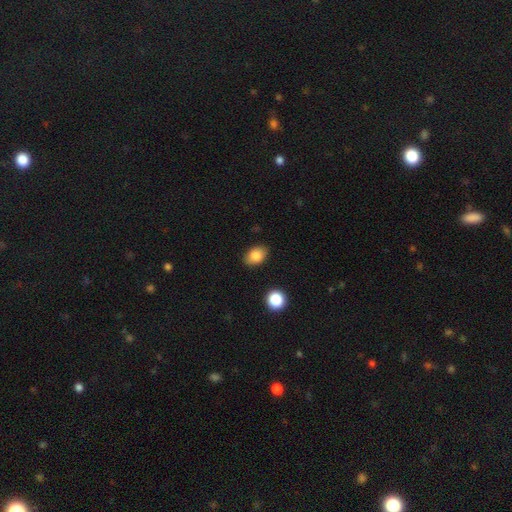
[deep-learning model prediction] Overall: smooth (85%). How rounded: in between (80%). Merging: none (84%).